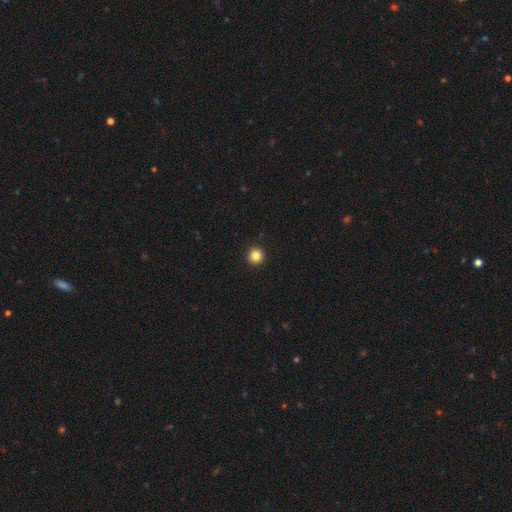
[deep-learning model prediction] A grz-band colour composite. It shows a smooth galaxy with no disk features (85%) that is round (96%). Merging: none (94%).